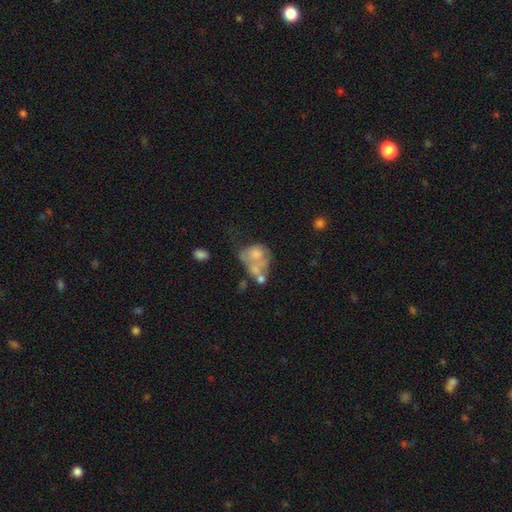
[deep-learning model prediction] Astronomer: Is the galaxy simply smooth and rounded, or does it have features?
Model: smooth — 48% (runner-up: featured or disk, 43%).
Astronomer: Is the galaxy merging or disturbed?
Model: merger — 42% (runner-up: major disturbance, 25%).